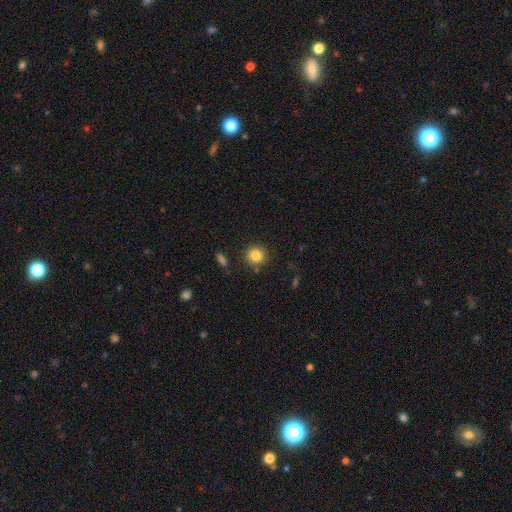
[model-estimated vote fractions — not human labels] Smooth or featured: smooth — 85% (star or artifact — 10%)
How rounded: round — 90% (in between — 9%)
Merging: none — 87% (minor disturbance — 7%)